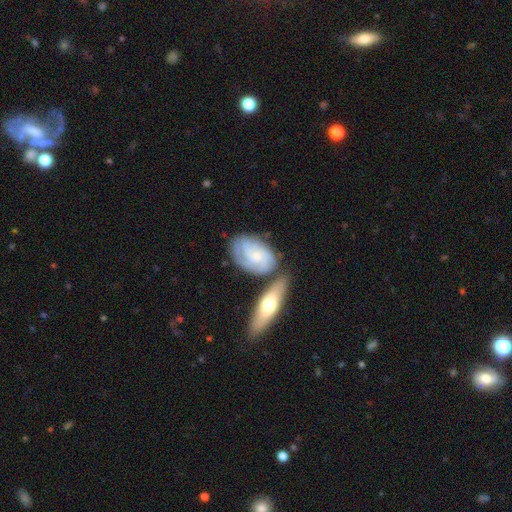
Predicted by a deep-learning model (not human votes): The model was most divided on "spiral arm count": 3: 30%, can't tell: 28%, 2: 22%, 4: 12%, 1: 4%, more than 4: 4%. More confident: edge-on disk — no (93%); spiral arms — yes (92%); smooth or featured — featured or disk (72%); bar — no (71%); spiral winding — tight (62%); bulge size — small (61%); merging — none (60%).